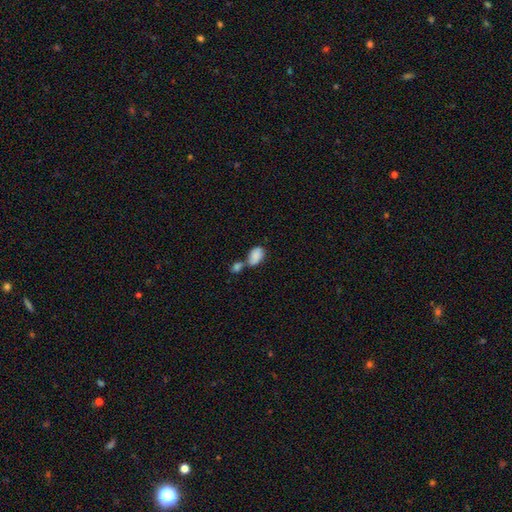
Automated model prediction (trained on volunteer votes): The model was most divided on "merging": merger: 58%, none: 24%, minor disturbance: 12%, major disturbance: 6%. More confident: how rounded — in between (89%); smooth or featured — smooth (84%).